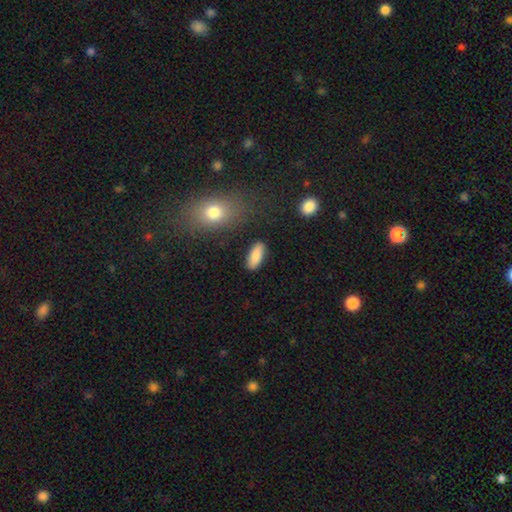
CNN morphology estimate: Smooth or featured? smooth (84%)
How rounded? in between (72%)
Merging? none (86%)